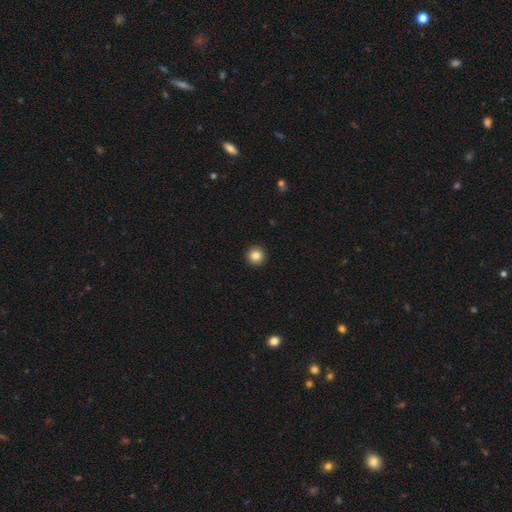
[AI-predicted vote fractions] smooth_or_featured: smooth (p=0.85) [alt: star or artifact p=0.10]
how_rounded: round (p=0.96) [alt: in between p=0.03]
merging: none (p=0.94) [alt: minor disturbance p=0.04]